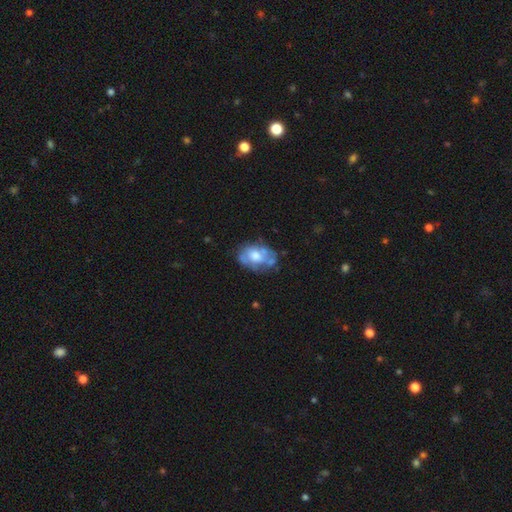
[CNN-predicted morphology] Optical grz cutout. It shows a featured or disk galaxy (56%) with no bar (80%), no spiral arms (69%) and a moderate central bulge (55%). Merging: none (51%).